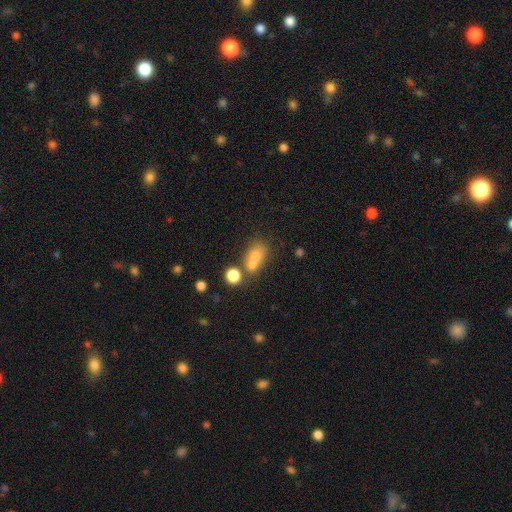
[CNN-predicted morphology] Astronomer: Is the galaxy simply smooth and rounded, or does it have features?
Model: smooth — 68%.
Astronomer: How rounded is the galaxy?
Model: in between — 61% (runner-up: round, 36%).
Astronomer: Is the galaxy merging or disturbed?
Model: merger — 43% (runner-up: none, 38%).